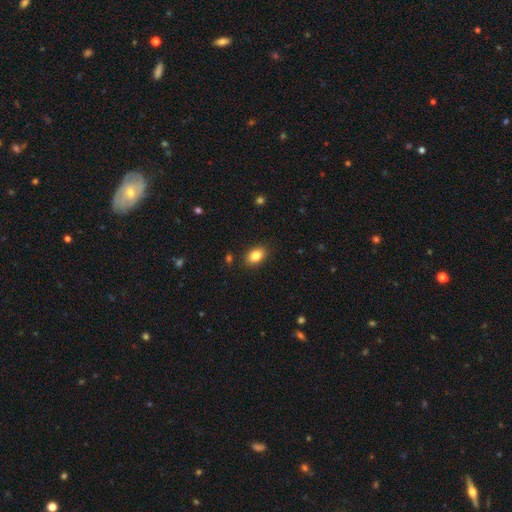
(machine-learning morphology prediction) A smooth galaxy with no disk features (84%) that is in between round and cigar-shaped (82%). Merging: none (88%).